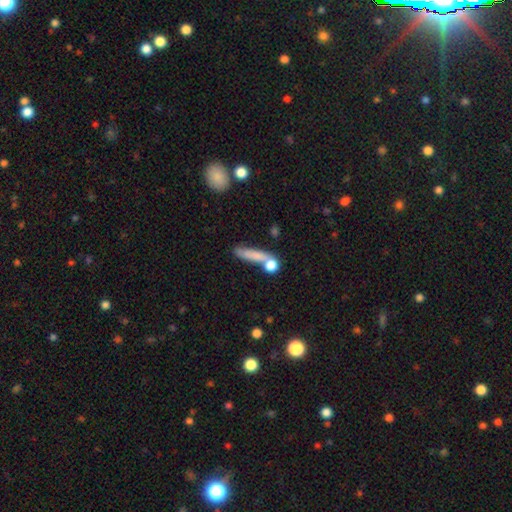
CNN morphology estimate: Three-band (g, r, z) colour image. It shows a smooth galaxy with no disk features (72%) that is cigar-shaped (70%). Merging: none (56%).